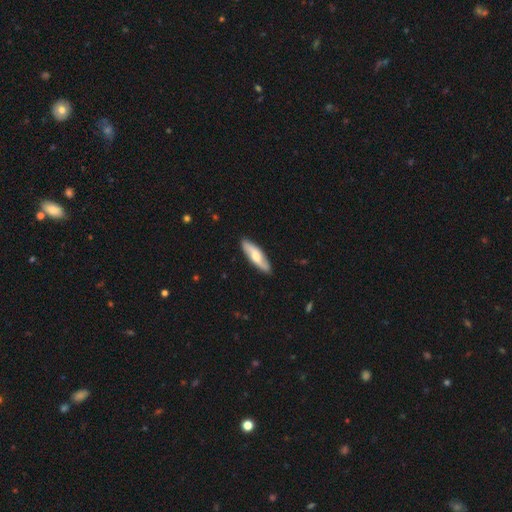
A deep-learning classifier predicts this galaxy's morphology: A featured or disk galaxy (49%). Merging: none (89%).